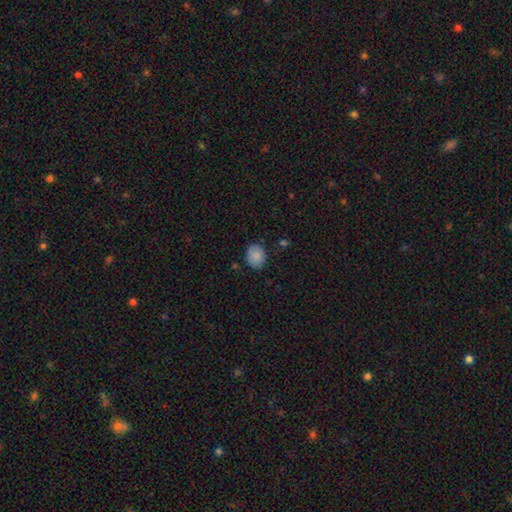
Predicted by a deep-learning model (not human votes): A smooth galaxy with no disk features (88%) that is round (58%).

Vote fractions:
- Smooth or featured? smooth: 88% / star or artifact: 8% / featured or disk: 4%
- How rounded? round: 58% / in between: 41% / cigar-shaped: 1%
- Merging? none: 83% / minor disturbance: 12% / major disturbance: 3% / merger: 2%